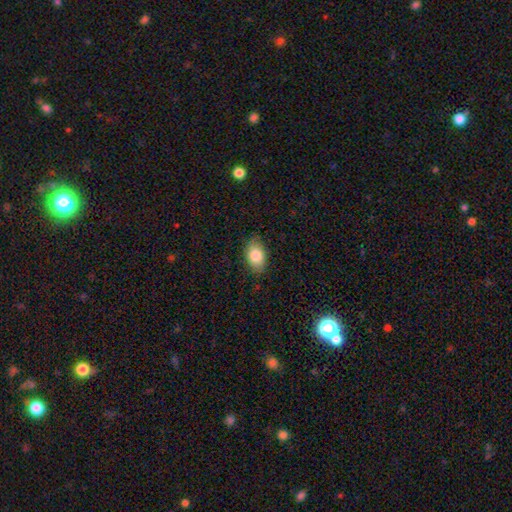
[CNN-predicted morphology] Smooth or featured?
  - smooth: 82% *
  - featured or disk: 11%
  - star or artifact: 7%
How rounded?
  - in between: 90% *
  - round: 9%
  - cigar-shaped: 2%
Merging?
  - none: 84% *
  - minor disturbance: 13%
  - major disturbance: 2%
  - merger: 1%